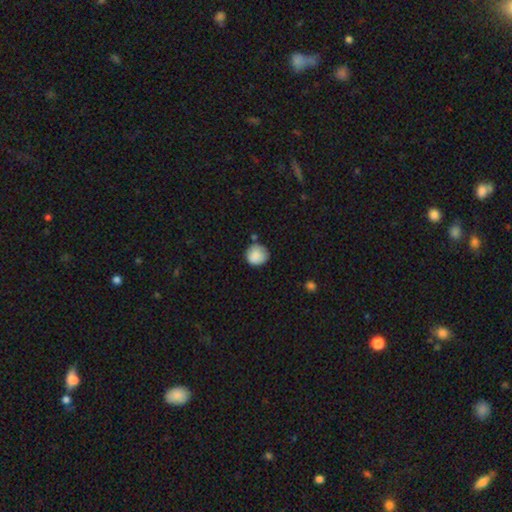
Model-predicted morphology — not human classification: The model was most divided on "merging": none: 70%, minor disturbance: 21%, merger: 5%, major disturbance: 4%. More confident: how rounded — round (89%); smooth or featured — smooth (87%).